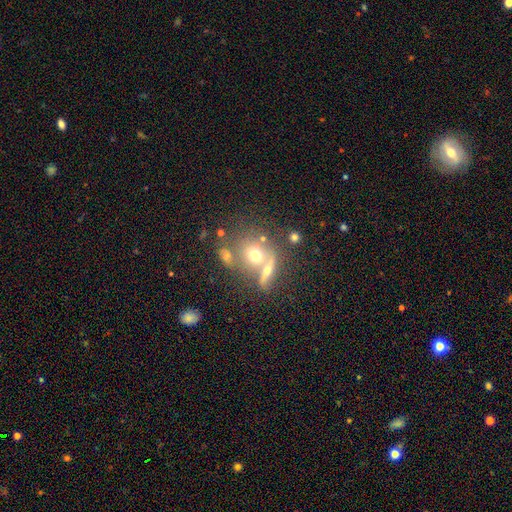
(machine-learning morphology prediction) smooth-or-featured: smooth: 58% | featured or disk: 28% | star or artifact: 14%
  how-rounded: round: 66% | in between: 30% | cigar-shaped: 4%
  merging: merger: 43% | none: 40% | minor disturbance: 10% | major disturbance: 7%